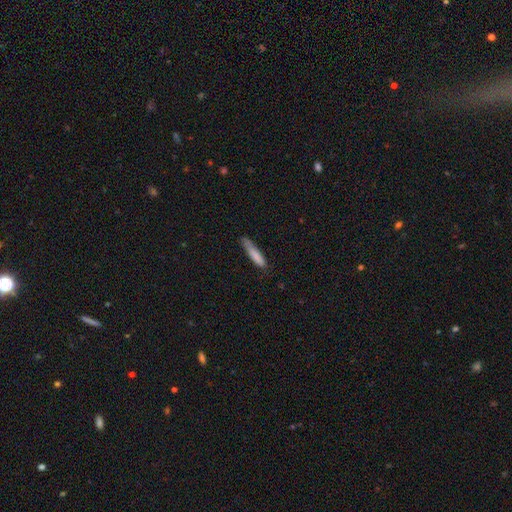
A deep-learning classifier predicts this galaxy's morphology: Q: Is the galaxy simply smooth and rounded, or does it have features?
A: smooth — 81%.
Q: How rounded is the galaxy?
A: cigar-shaped — 87%.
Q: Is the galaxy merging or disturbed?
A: none — 63%.